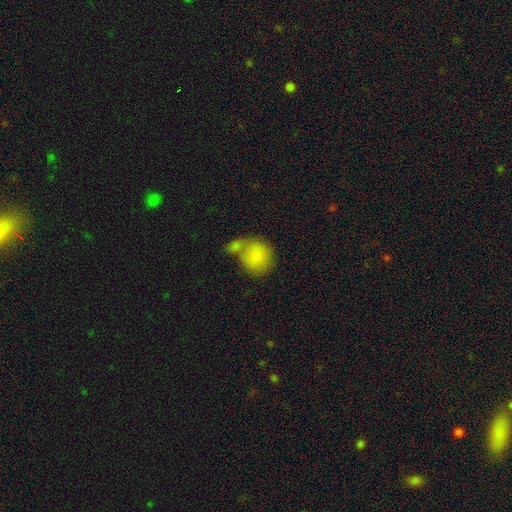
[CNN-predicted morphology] This appears to be a smooth galaxy with no disk features (83%) that is round (78%). Merging: merger (42%).